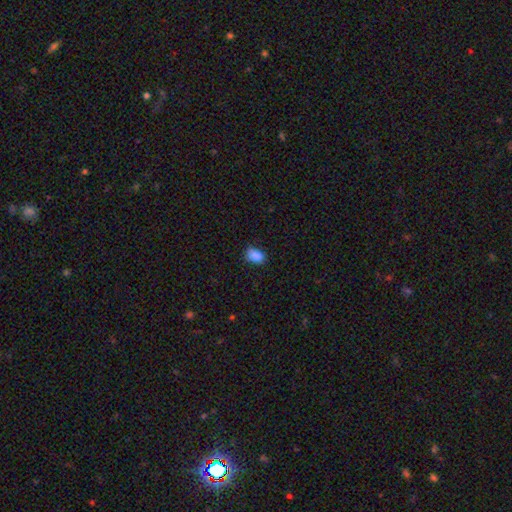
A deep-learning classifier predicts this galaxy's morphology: The model was most divided on "merging": none: 73%, minor disturbance: 22%, major disturbance: 4%, merger: 1%. More confident: smooth or featured — smooth (86%); how rounded — in between (78%).